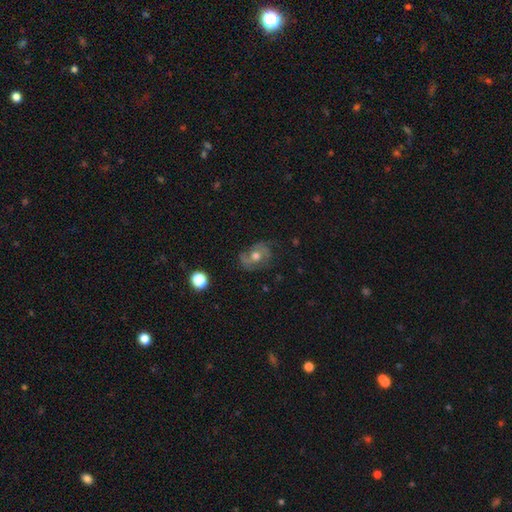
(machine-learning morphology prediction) smooth_or_featured: featured or disk (p=0.60) [alt: smooth p=0.28]
disk_edge_on: no (p=0.96) [alt: yes p=0.04]
bar: no (p=0.70) [alt: weak p=0.24]
has_spiral_arms: yes (p=0.77) [alt: no p=0.23]
bulge_size: moderate (p=0.73) [alt: small p=0.14]
merging: none (p=0.66) [alt: minor disturbance p=0.21]